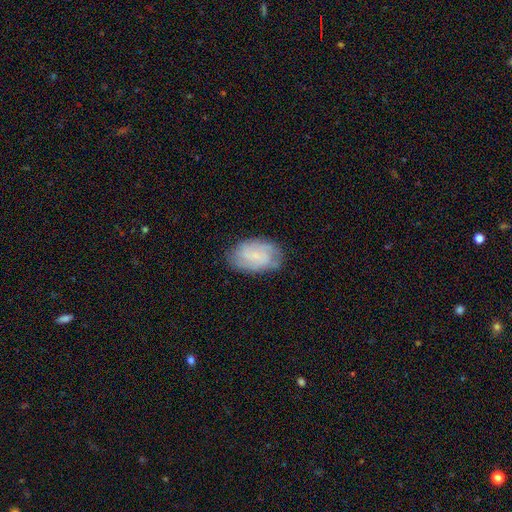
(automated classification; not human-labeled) smooth-or-featured: featured or disk: 57% | smooth: 34% | star or artifact: 8%
  disk-edge-on: no: 97% | yes: 3%
    bar: no: 54% | weak: 39% | strong: 7%
    has-spiral-arms: yes: 87% | no: 13%
    bulge-size: small: 62% | none: 24% | moderate: 12% | large: 1% | dominant: 1%
  merging: none: 74% | minor disturbance: 19% | major disturbance: 6% | merger: 1%